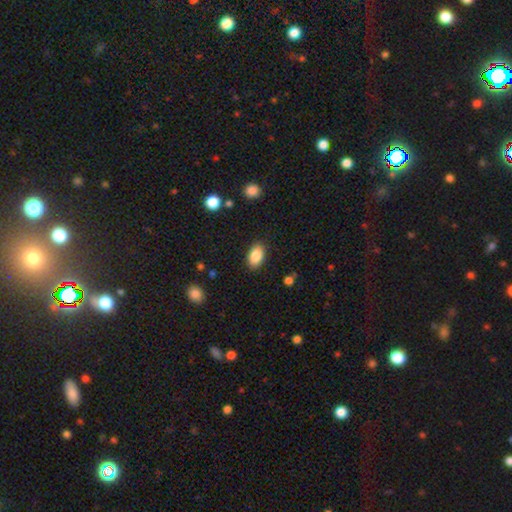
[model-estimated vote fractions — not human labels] The model was most divided on "merging": none: 87%, minor disturbance: 9%, major disturbance: 2%, merger: 1%. More confident: how rounded — in between (91%); smooth or featured — smooth (86%).